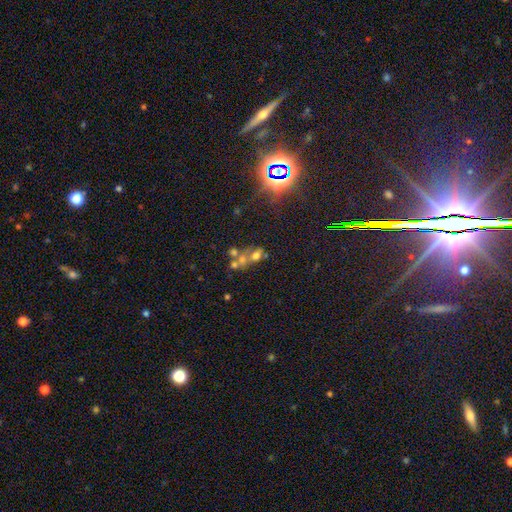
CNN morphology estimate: Smooth or featured? Predicted: smooth (p=0.47). Merging? Predicted: merger (p=0.52).